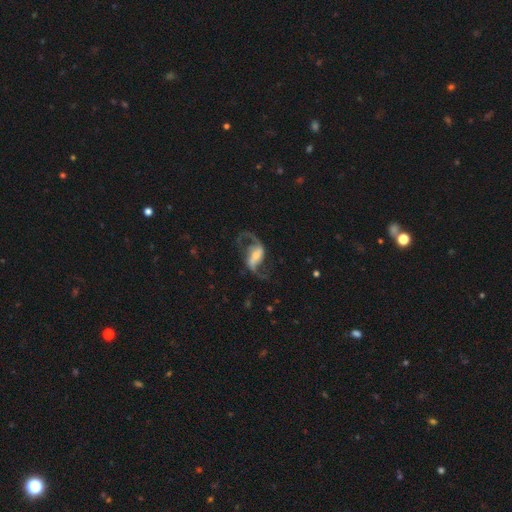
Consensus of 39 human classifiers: A featured or disk galaxy (90%) with a strong bar (55%), 2 (100%) medium (52%) spiral arms (88%) and a small central bulge (61%).

Vote fractions:
- Smooth or featured? featured or disk: 90% / smooth: 10% / star or artifact: 0%
- Edge-on disk? no: 94% / yes: 6%
- Bar? strong: 55% / weak: 27% / no: 18%
- Spiral arms? yes: 88% / no: 12%
- Spiral winding? medium: 52% / loose: 38% / tight: 10%
- Spiral arm count? 2: 100% / 1: 0% / 3: 0% / 4: 0% / more than 4: 0% / can't tell: 0%
- Bulge size? small: 61% / moderate: 27% / large: 9% / dominant: 3% / none: 0%
- Merging? none: 79% / major disturbance: 15% / minor disturbance: 3% / merger: 3%